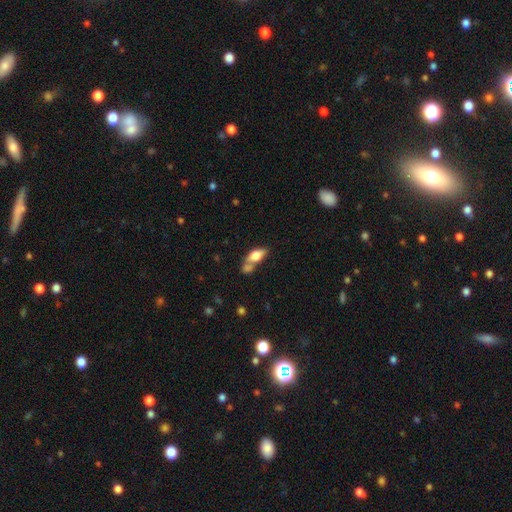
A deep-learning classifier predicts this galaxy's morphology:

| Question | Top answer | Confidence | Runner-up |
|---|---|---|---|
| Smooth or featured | smooth | 68% | featured or disk (25%) |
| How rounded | in between | 78% | cigar-shaped (16%) |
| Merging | merger | 44% | none (36%) |